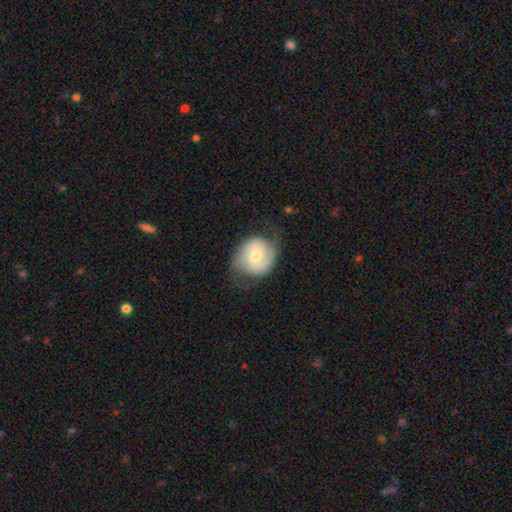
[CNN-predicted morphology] smooth-or-featured: featured or disk: 54% | smooth: 40% | star or artifact: 6%
  disk-edge-on: no: 97% | yes: 3%
    bar: no: 53% | weak: 38% | strong: 9%
    has-spiral-arms: yes: 77% | no: 23%
    bulge-size: moderate: 64% | small: 29% | large: 5% | none: 1% | dominant: 1%
  merging: none: 63% | minor disturbance: 24% | major disturbance: 12% | merger: 1%